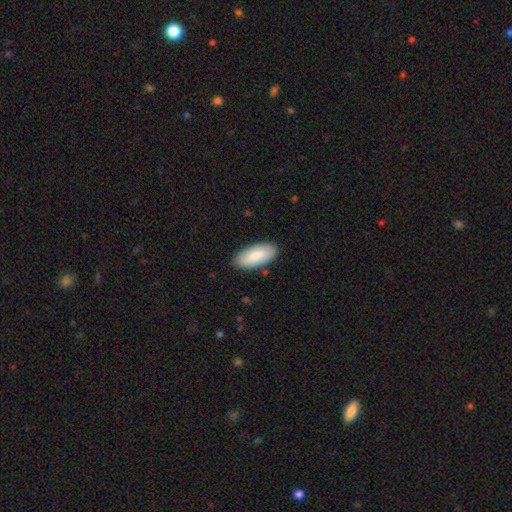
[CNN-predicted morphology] type=smooth (84%); roundness=in between (88%); merging=none (86%).